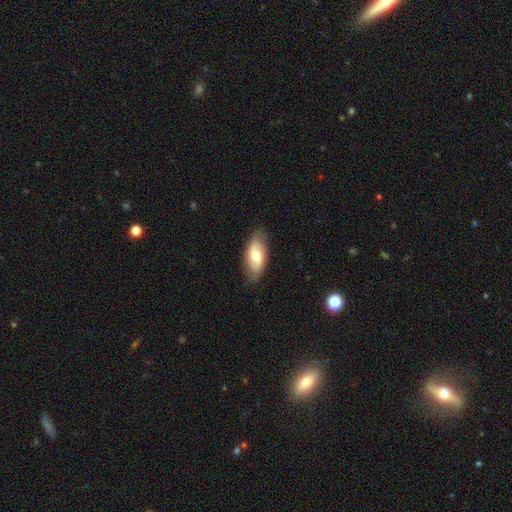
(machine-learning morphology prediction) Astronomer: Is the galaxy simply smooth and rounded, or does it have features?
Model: smooth — 60%.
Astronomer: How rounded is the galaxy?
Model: in between — 88%.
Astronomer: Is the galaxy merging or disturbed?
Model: none — 85%.